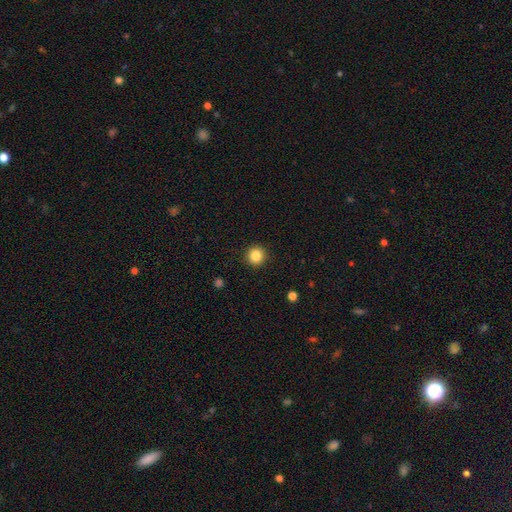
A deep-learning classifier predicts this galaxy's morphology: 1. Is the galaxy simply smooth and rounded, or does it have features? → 85% smooth, 11% star or artifact, 4% featured or disk.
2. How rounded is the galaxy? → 95% round, 4% in between, 1% cigar-shaped.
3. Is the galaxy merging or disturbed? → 93% none, 5% minor disturbance, 2% major disturbance, 1% merger.